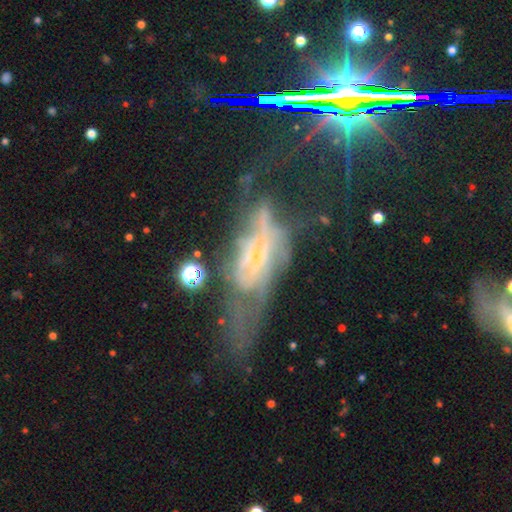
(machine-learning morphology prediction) featured or disk 64%, star or artifact 21%, smooth 15%. Down the decision tree: edge-on disk — no (74%); merging — none (37%).